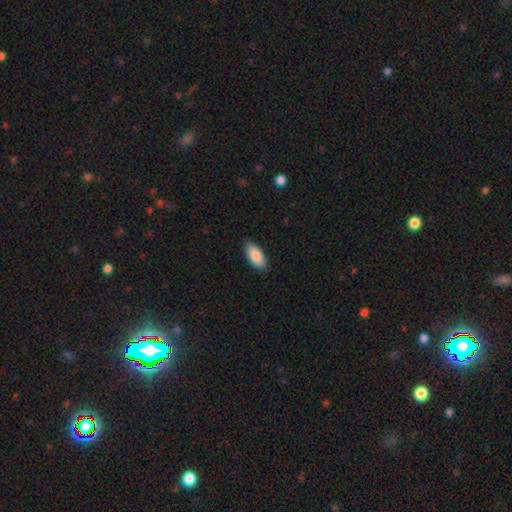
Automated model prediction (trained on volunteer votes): Q: Smooth or featured?
A: smooth (88%); runner-up: featured or disk (7%)
Q: How rounded?
A: in between (88%); runner-up: cigar-shaped (10%)
Q: Merging?
A: none (86%); runner-up: minor disturbance (11%)